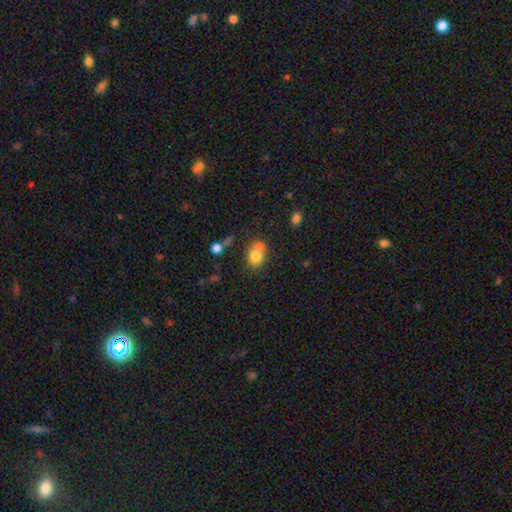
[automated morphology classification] smooth 76%, featured or disk 14%, star or artifact 10%. Down the decision tree: how rounded — round (53%); merging — none (44%).